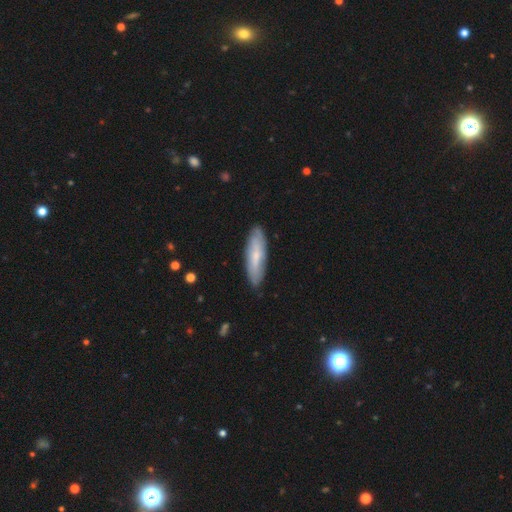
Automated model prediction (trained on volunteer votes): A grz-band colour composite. It shows a smooth galaxy with no disk features (61%) that is cigar-shaped (57%). Merging: none (84%).